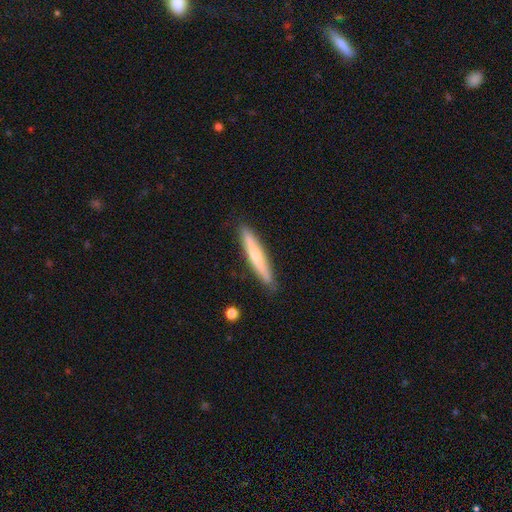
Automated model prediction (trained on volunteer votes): A smooth galaxy with no disk features (56%) that is cigar-shaped (94%). Merging: none (88%).